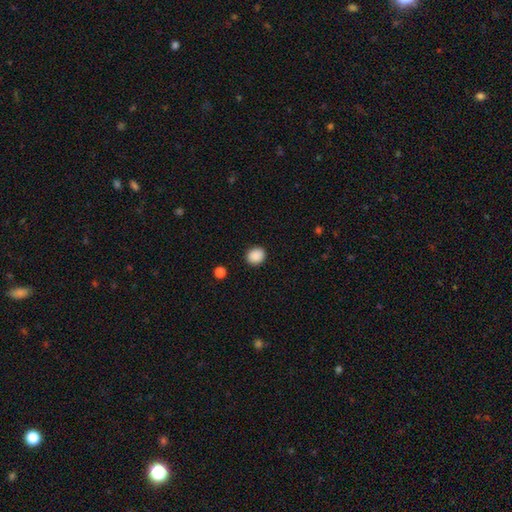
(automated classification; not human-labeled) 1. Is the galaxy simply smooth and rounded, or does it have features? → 89% smooth, 9% star or artifact, 2% featured or disk.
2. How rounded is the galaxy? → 72% round, 27% in between, 1% cigar-shaped.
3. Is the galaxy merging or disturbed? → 90% none, 6% minor disturbance, 2% major disturbance, 1% merger.